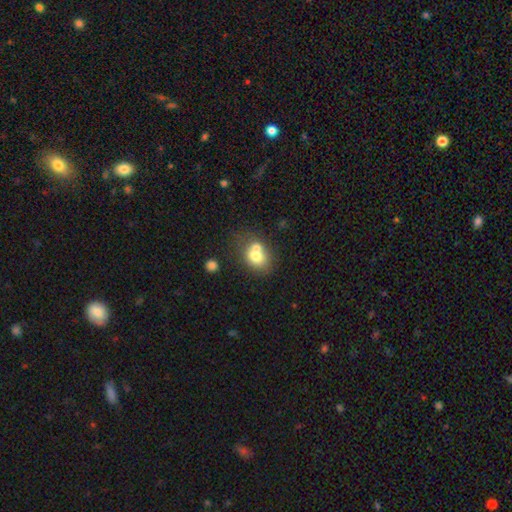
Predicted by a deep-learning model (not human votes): Overall: smooth (71%). How rounded: in between (50%; round 49%). Merging: merger (50%; none 34%).